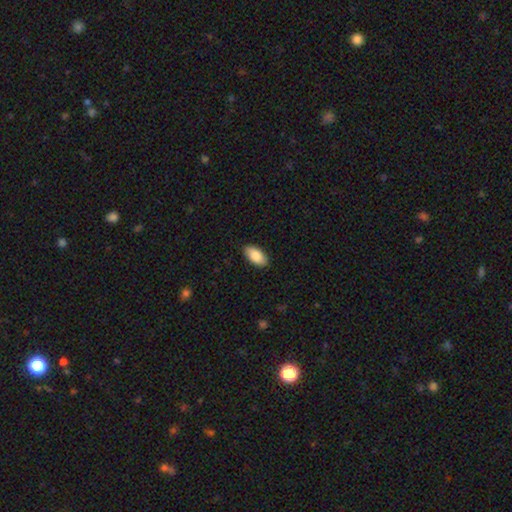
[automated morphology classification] type=smooth (87%); roundness=in between (94%); merging=none (89%).